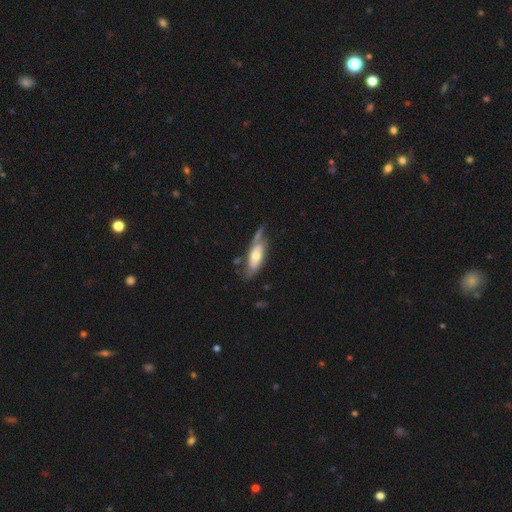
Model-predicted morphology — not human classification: Smooth or featured: featured or disk — 62% (smooth — 33%)
Edge-on disk: no — 75% (yes — 25%)
Merging: none — 50% (minor disturbance — 27%)